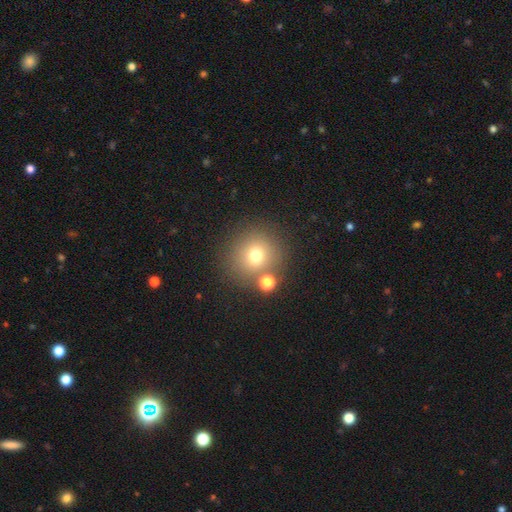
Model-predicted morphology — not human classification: Smooth or featured? Predicted: smooth (p=0.71). How rounded? Predicted: round (p=0.91). Merging? Predicted: none (p=0.74).